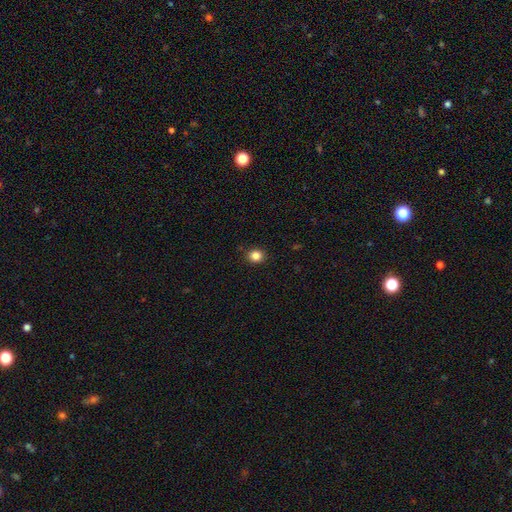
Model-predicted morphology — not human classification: The model was most divided on "how rounded": round: 79%, in between: 20%, cigar-shaped: 1%. More confident: merging — none (91%); smooth or featured — smooth (85%).